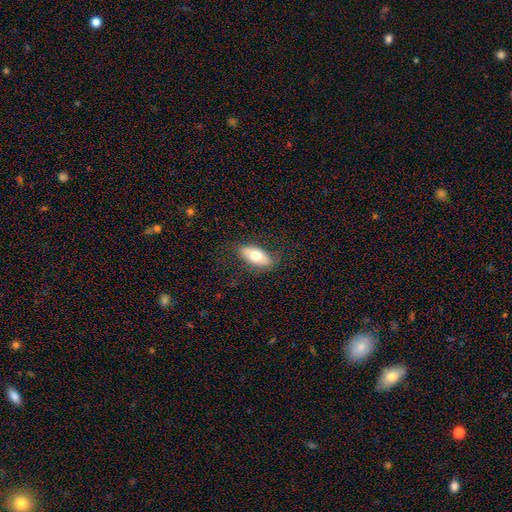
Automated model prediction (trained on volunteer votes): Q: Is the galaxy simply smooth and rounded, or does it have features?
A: smooth — 69%.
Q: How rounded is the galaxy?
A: in between — 87%.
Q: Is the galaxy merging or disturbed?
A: none — 79%.